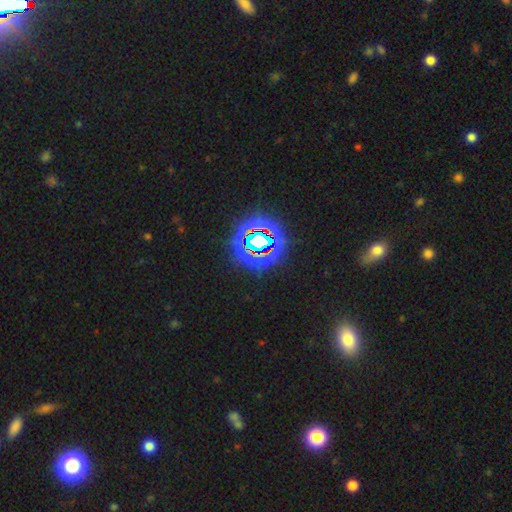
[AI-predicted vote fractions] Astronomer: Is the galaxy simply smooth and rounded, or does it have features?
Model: star or artifact — 75%.